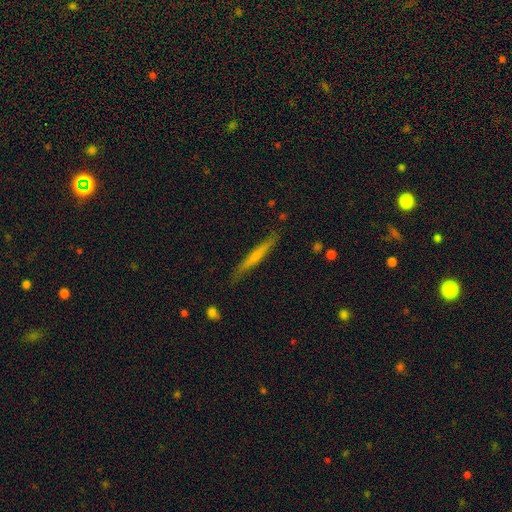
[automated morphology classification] The model was most divided on "edge-on bulge": none: 51%, rounded: 42%, boxy: 7%. More confident: edge-on disk — yes (96%); merging — none (87%); smooth or featured — featured or disk (53%).